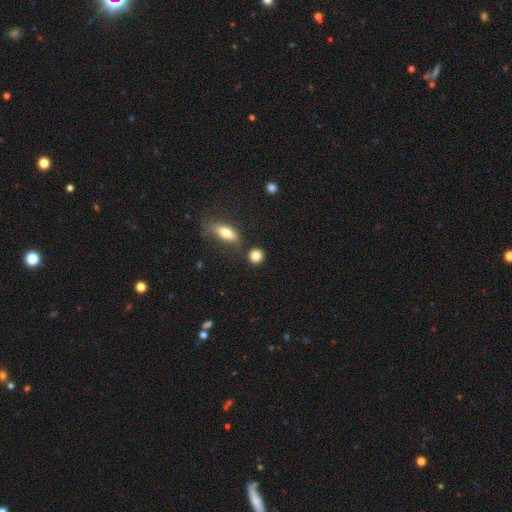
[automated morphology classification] type=smooth (84%); roundness=round (86%); merging=none (80%).